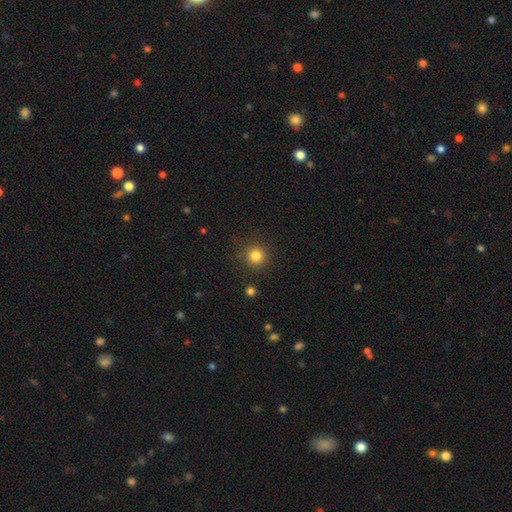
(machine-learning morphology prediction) smooth-or-featured: smooth: 82% | star or artifact: 13% | featured or disk: 5%
  how-rounded: round: 94% | in between: 5% | cigar-shaped: 1%
  merging: none: 88% | minor disturbance: 7% | major disturbance: 3% | merger: 2%